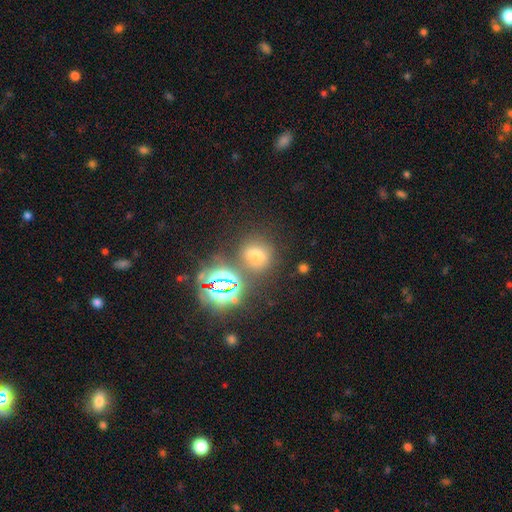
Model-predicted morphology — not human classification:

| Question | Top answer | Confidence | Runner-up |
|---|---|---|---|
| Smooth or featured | smooth | 50% | star or artifact (39%) |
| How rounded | round | 65% | in between (33%) |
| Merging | none | 71% | merger (12%) |